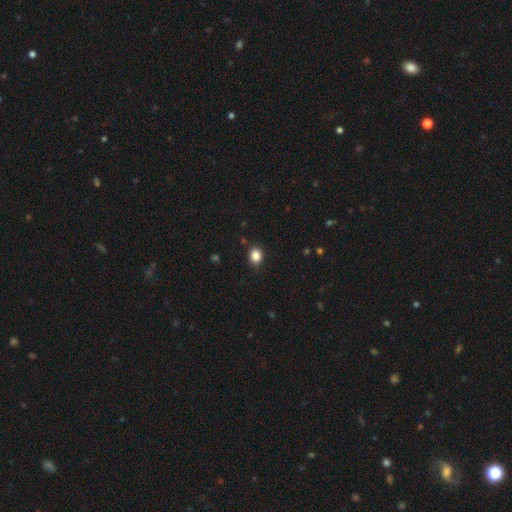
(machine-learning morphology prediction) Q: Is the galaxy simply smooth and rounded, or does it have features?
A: smooth — 86%.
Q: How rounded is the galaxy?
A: round — 61%.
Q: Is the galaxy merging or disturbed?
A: none — 89%.